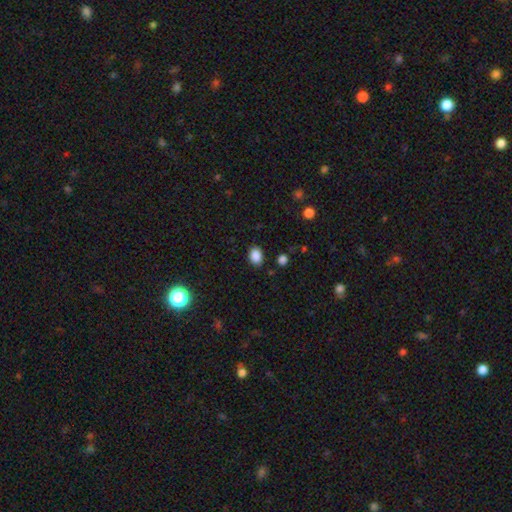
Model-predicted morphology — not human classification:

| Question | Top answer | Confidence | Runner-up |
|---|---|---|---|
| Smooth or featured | smooth | 87% | star or artifact (10%) |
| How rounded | in between | 70% | round (29%) |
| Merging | none | 86% | minor disturbance (10%) |